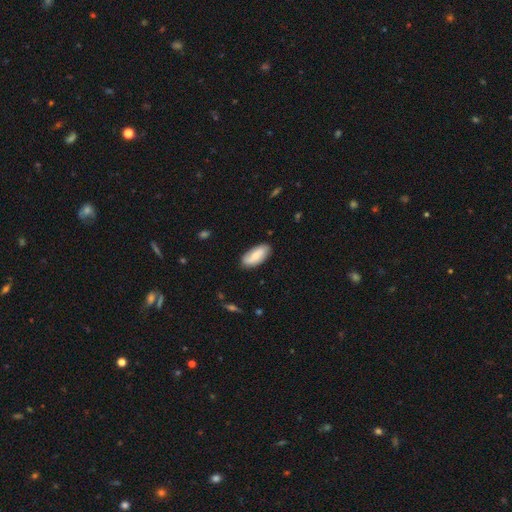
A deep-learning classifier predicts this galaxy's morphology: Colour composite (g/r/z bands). It shows a smooth galaxy with no disk features (64%) that is in between round and cigar-shaped (87%). Merging: none (85%).